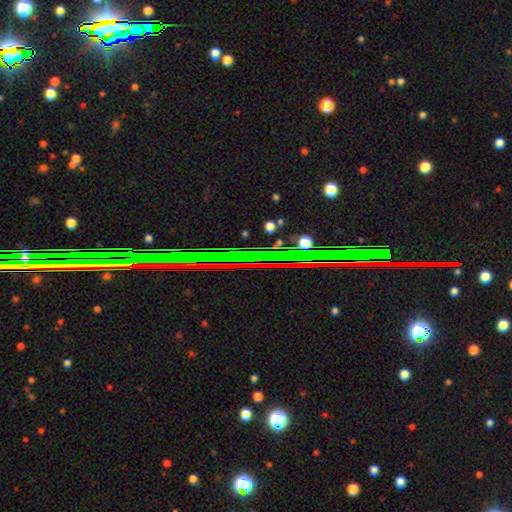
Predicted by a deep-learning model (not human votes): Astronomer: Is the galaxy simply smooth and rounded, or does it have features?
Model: star or artifact — 77%.